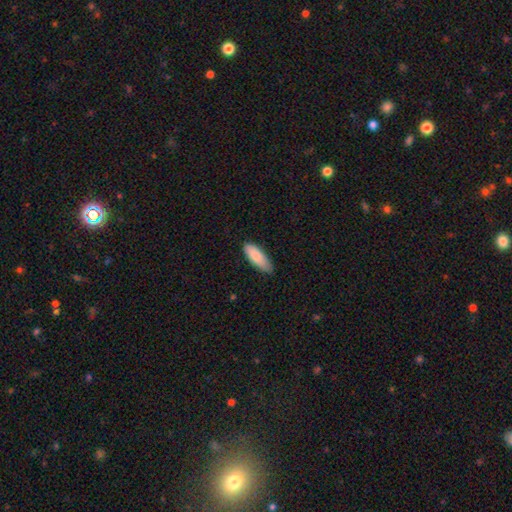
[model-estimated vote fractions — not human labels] Smooth or featured? smooth (85%)
How rounded? in between (68%)
Merging? none (74%)